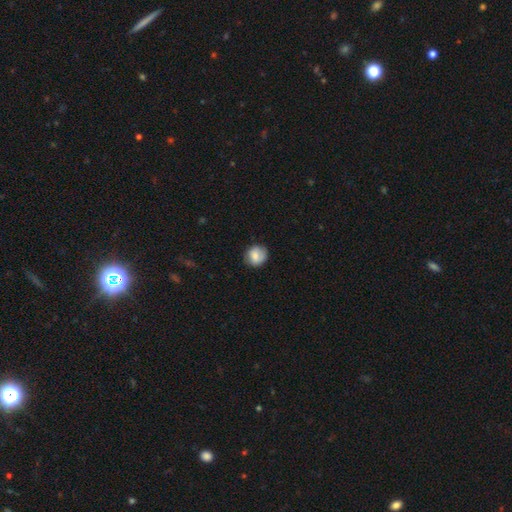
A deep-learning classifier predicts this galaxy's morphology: This appears to be a smooth galaxy with no disk features (77%) that is round (81%). Merging: none (80%).